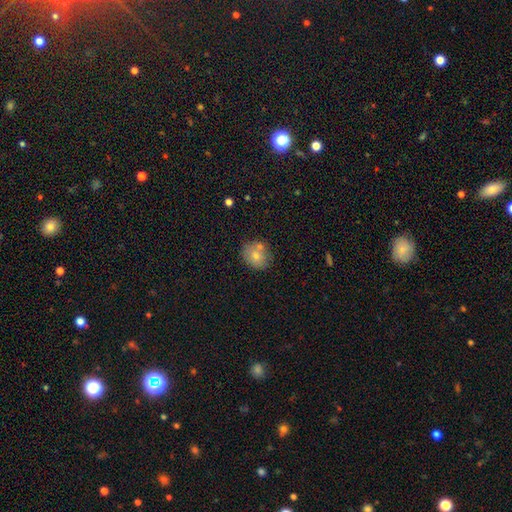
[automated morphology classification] This appears to be a smooth galaxy with no disk features (70%) that is round (71%). Merging: none (70%).